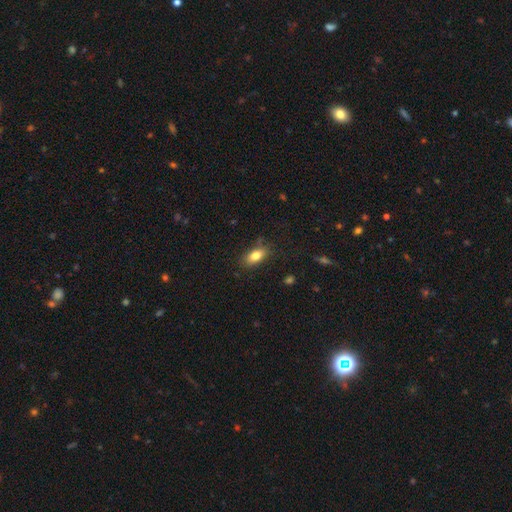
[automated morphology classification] Smooth or featured? Predicted: smooth (p=0.81). How rounded? Predicted: in between (p=0.86). Merging? Predicted: none (p=0.80).